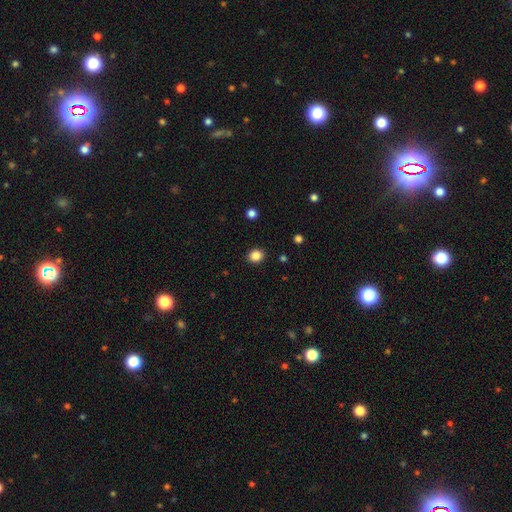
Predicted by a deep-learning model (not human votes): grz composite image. It shows a smooth galaxy with no disk features (86%) that is round (67%). Merging: none (91%).